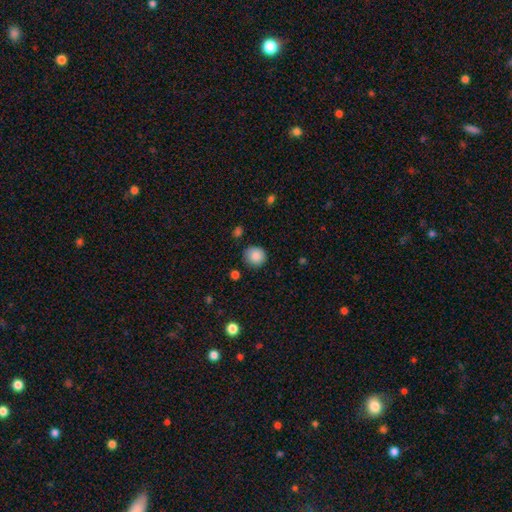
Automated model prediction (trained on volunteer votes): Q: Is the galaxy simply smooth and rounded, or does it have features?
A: smooth — 87%.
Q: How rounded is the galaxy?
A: round — 88%.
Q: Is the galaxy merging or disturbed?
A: none — 82%.